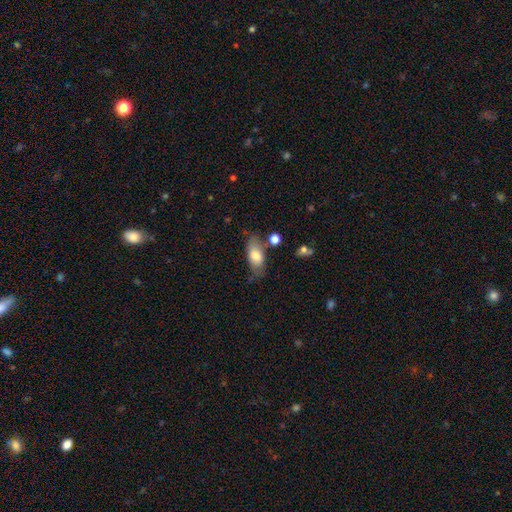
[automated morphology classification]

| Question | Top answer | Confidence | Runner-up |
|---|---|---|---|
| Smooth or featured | smooth | 73% | featured or disk (20%) |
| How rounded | in between | 87% | cigar-shaped (10%) |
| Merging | none | 65% | minor disturbance (22%) |